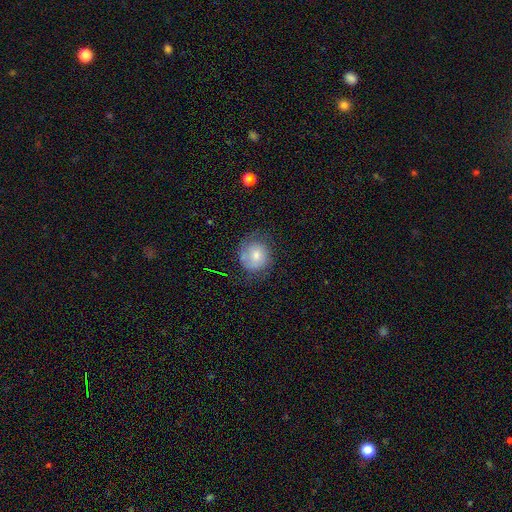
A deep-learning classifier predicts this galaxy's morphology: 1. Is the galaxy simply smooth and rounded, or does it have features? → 55% smooth, 36% featured or disk, 9% star or artifact.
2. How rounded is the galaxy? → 79% round, 20% in between, 1% cigar-shaped.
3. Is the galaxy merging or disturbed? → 61% none, 25% minor disturbance, 13% major disturbance, 2% merger.